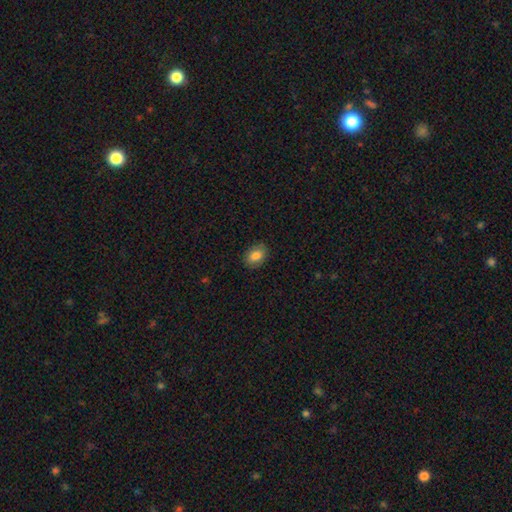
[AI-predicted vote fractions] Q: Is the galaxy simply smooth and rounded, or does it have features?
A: smooth — 84%.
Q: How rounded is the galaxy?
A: in between — 79%.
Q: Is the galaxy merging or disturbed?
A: none — 87%.